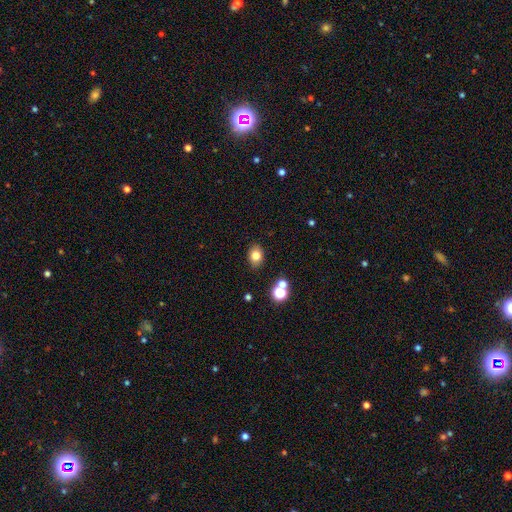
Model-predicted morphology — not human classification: Smooth or featured?
  - smooth: 79% *
  - star or artifact: 13%
  - featured or disk: 9%
How rounded?
  - in between: 62% *
  - round: 37%
  - cigar-shaped: 1%
Merging?
  - none: 85% *
  - minor disturbance: 9%
  - merger: 4%
  - major disturbance: 2%